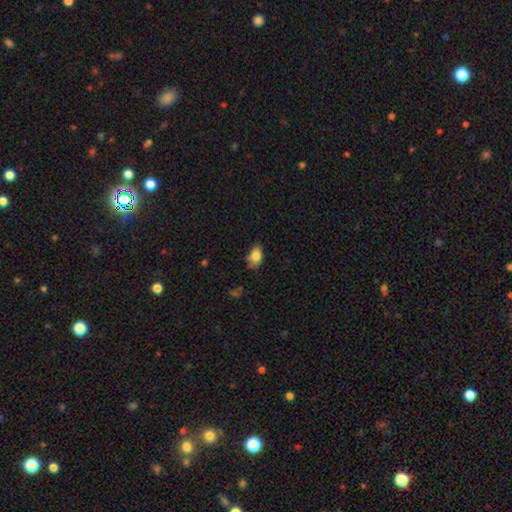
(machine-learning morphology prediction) This appears to be a smooth galaxy with no disk features (80%) that is in between round and cigar-shaped (83%). Merging: none (57%).